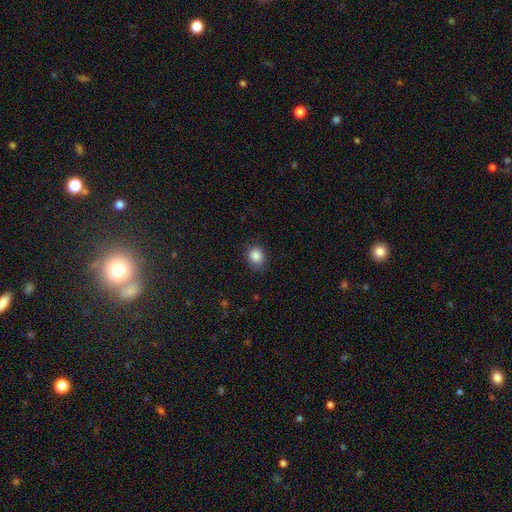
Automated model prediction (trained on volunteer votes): Q: Smooth or featured?
A: smooth (87%); runner-up: star or artifact (10%)
Q: How rounded?
A: round (68%); runner-up: in between (31%)
Q: Merging?
A: none (82%); runner-up: minor disturbance (14%)